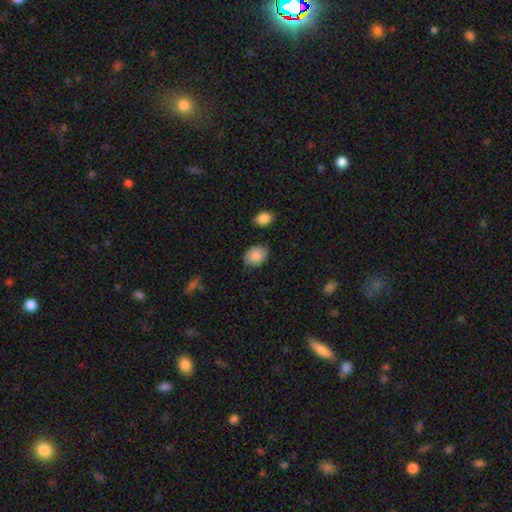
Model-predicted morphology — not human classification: This is clearly a smooth galaxy (84%). How rounded: likely in between (63%). Merging: likely none (73%).